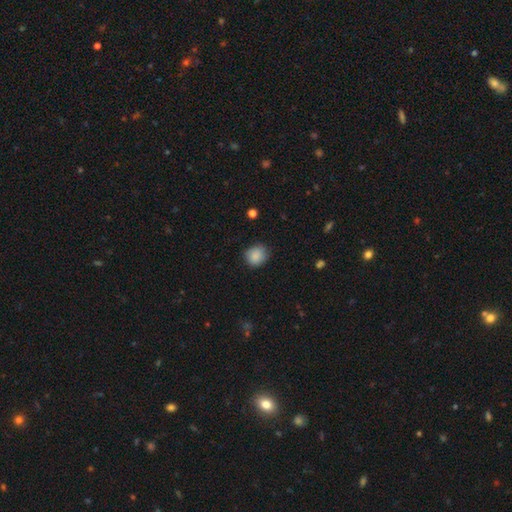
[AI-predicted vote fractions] The model was most divided on "how rounded": round: 78%, in between: 21%, cigar-shaped: 1%. More confident: smooth or featured — smooth (87%); merging — none (78%).